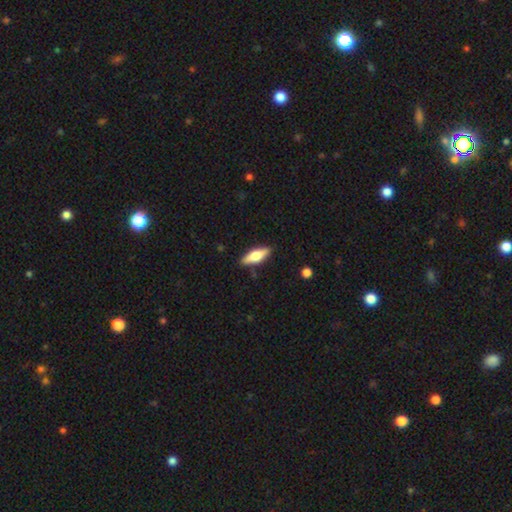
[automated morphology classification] Smooth or featured: smooth — 57% (featured or disk — 37%)
How rounded: in between — 55% (cigar-shaped — 43%)
Merging: none — 88% (minor disturbance — 9%)